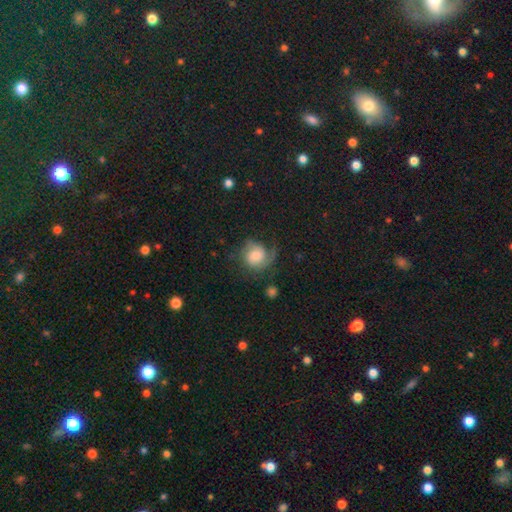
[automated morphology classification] smooth_or_featured: featured or disk (p=0.57) [alt: smooth p=0.35]
disk_edge_on: no (p=0.97) [alt: yes p=0.03]
bar: no (p=0.66) [alt: weak p=0.29]
has_spiral_arms: yes (p=0.90) [alt: no p=0.10]
spiral_winding: medium (p=0.41) [alt: tight p=0.33]
spiral_arm_count: 2 (p=0.47) [alt: 1 p=0.33]
bulge_size: moderate (p=0.45) [alt: large p=0.26]
merging: none (p=0.56) [alt: minor disturbance p=0.21]